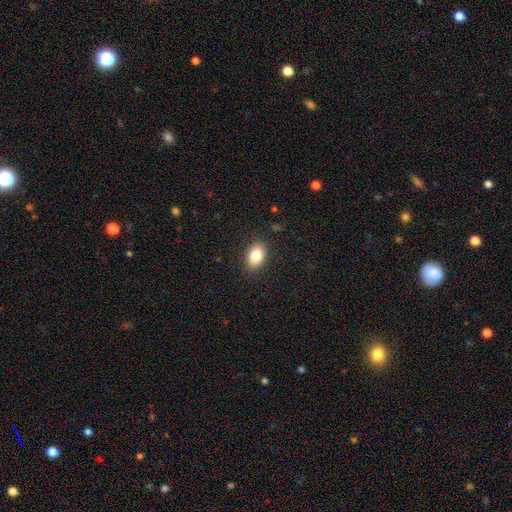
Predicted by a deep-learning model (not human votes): This is clearly a smooth galaxy (84%). How rounded: clearly in between (84%). Merging: clearly none (87%).